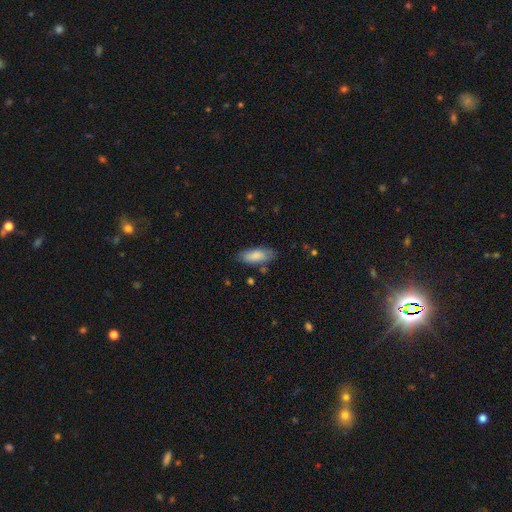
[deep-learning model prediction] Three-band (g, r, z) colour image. It shows a smooth galaxy with no disk features (85%) that is in between round and cigar-shaped (78%). Merging: none (78%).